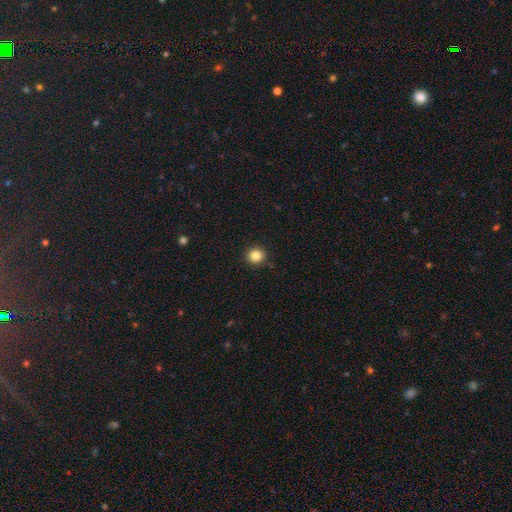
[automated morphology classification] Smooth or featured: smooth — 84% (star or artifact — 11%)
How rounded: round — 93% (in between — 6%)
Merging: none — 92% (minor disturbance — 5%)